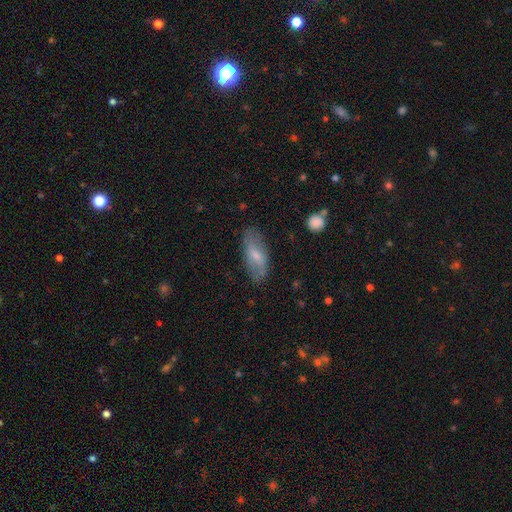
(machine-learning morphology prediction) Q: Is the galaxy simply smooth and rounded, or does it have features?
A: smooth — 56%.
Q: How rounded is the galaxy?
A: in between — 79%.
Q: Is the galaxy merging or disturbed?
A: none — 77%.